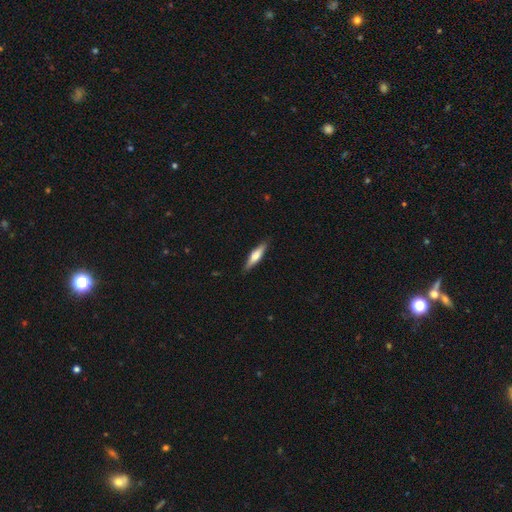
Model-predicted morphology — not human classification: A smooth galaxy with no disk features (53%) that is cigar-shaped (75%). Merging: none (88%).